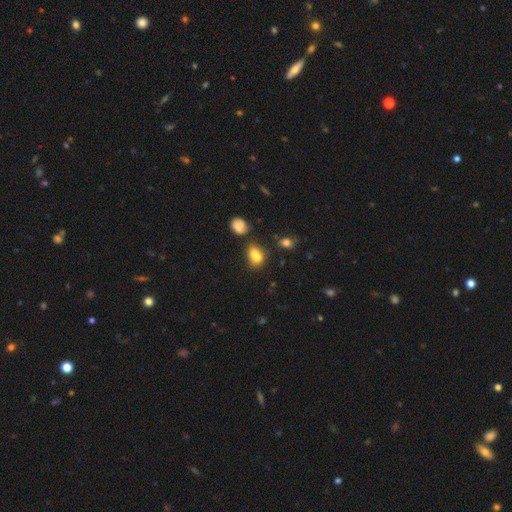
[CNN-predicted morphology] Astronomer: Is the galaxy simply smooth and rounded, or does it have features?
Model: smooth — 77%.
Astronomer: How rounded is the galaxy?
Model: in between — 70%.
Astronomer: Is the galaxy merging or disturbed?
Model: none — 47% (runner-up: merger, 29%).